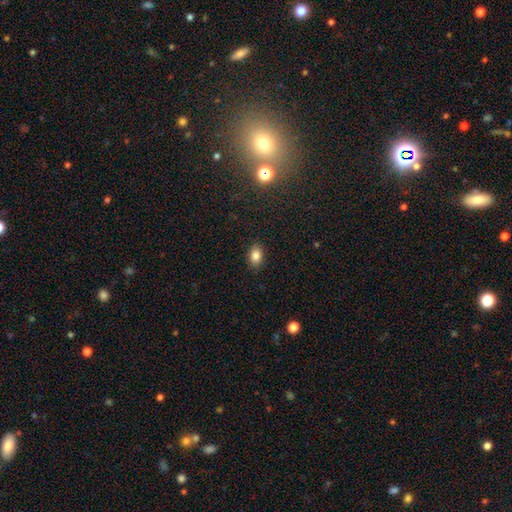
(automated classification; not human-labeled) Smooth or featured: smooth — 84% (star or artifact — 10%)
How rounded: in between — 75% (round — 23%)
Merging: none — 88% (minor disturbance — 9%)